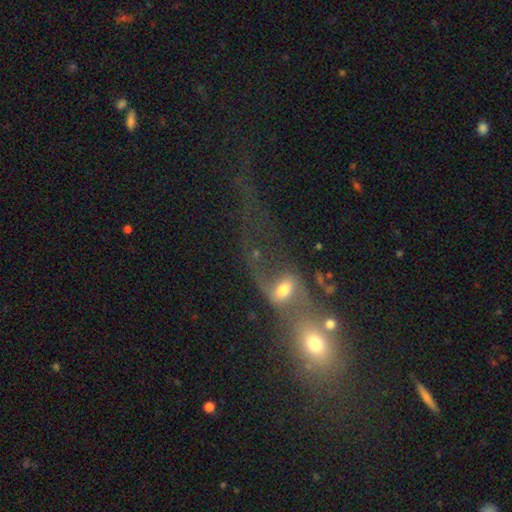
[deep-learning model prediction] Q: Smooth or featured?
A: featured or disk (52%); runner-up: smooth (30%)
Q: Edge-on disk?
A: no (91%); runner-up: yes (9%)
Q: Merging?
A: merger (71%); runner-up: major disturbance (14%)